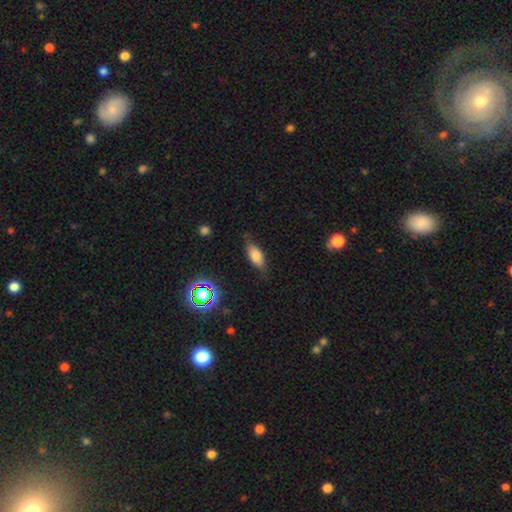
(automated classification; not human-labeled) Smooth or featured? Predicted: smooth (p=0.71). How rounded? Predicted: in between (p=0.81). Merging? Predicted: none (p=0.70).